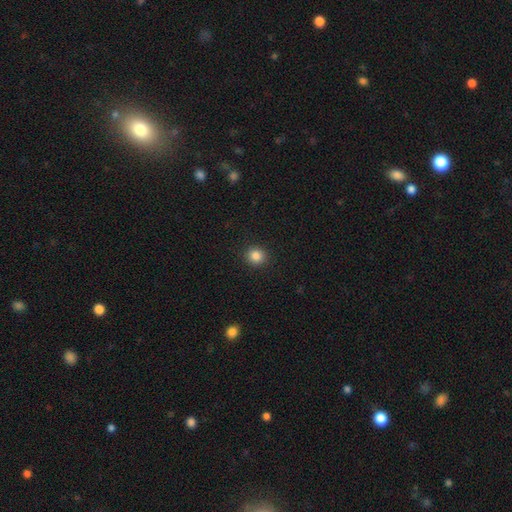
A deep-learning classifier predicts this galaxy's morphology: Overall: smooth (85%). How rounded: round (90%). Merging: none (92%).